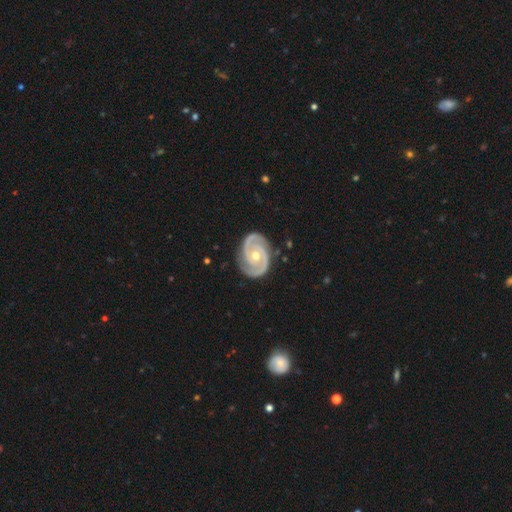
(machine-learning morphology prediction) This appears to be a featured or disk galaxy (93%) with no bar (65%), 2 (93%) tight (63%) spiral arms (99%) and a moderate central bulge (63%). Merging: none (86%).